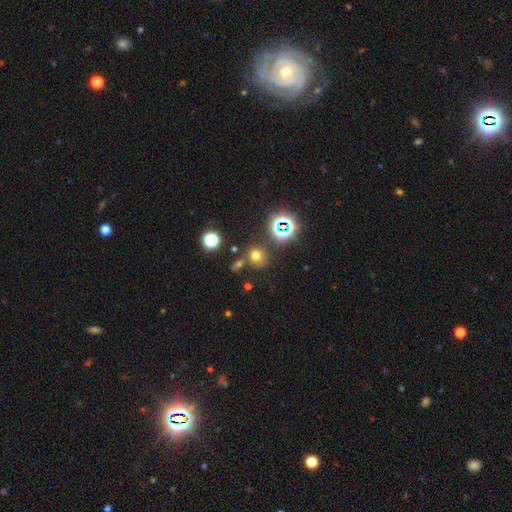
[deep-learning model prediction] A smooth galaxy with no disk features (63%) that is round (80%).

Vote fractions:
- Smooth or featured? smooth: 63% / star or artifact: 28% / featured or disk: 9%
- How rounded? round: 80% / in between: 19% / cigar-shaped: 1%
- Merging? none: 73% / minor disturbance: 11% / merger: 11% / major disturbance: 5%